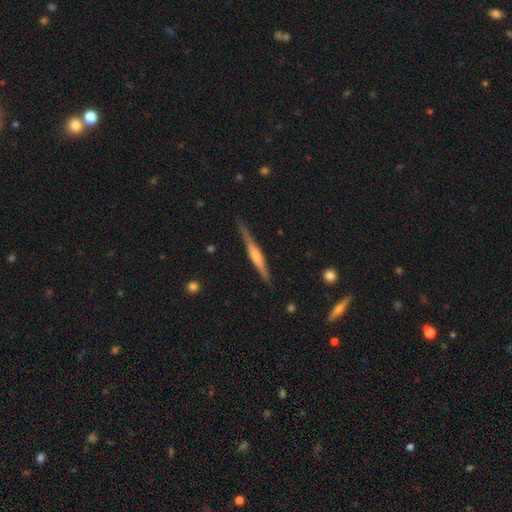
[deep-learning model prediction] This is likely a featured or disk galaxy (76%). It is clearly viewed edge-on (98%). Edge-on bulge: likely rounded (67%). Merging: clearly none (87%).